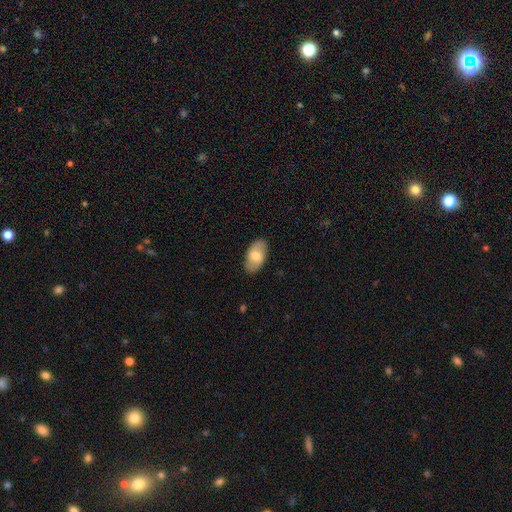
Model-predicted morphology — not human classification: Smooth or featured?
  - smooth: 66% *
  - featured or disk: 28%
  - star or artifact: 6%
How rounded?
  - in between: 94% *
  - round: 4%
  - cigar-shaped: 2%
Merging?
  - none: 86% *
  - minor disturbance: 10%
  - major disturbance: 2%
  - merger: 1%